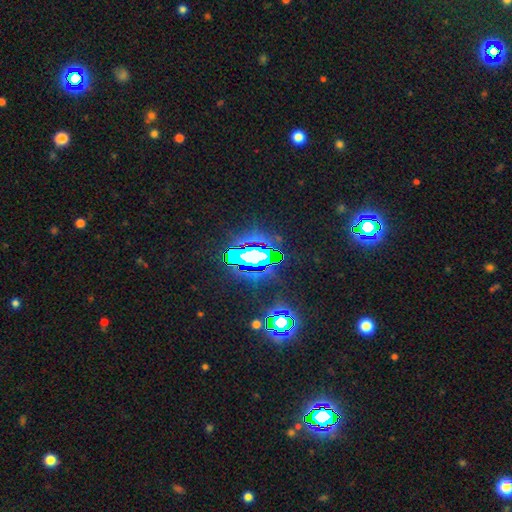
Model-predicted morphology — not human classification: Q: Smooth or featured?
A: star or artifact (71%); runner-up: smooth (16%)